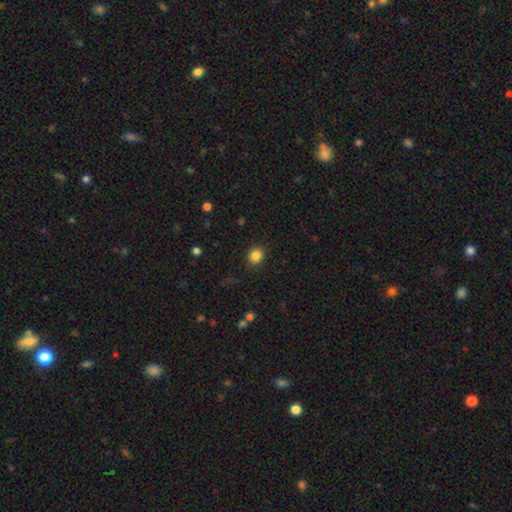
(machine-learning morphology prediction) smooth-or-featured: smooth: 85% | star or artifact: 11% | featured or disk: 4%
  how-rounded: round: 65% | in between: 34% | cigar-shaped: 1%
  merging: none: 89% | minor disturbance: 8% | major disturbance: 3% | merger: 1%